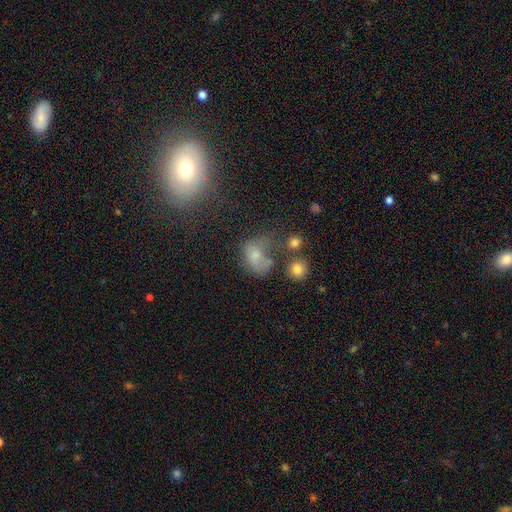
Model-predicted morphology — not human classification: smooth_or_featured: smooth (p=0.65) [alt: featured or disk p=0.19]
how_rounded: in between (p=0.67) [alt: round p=0.32]
merging: major disturbance (p=0.30) [alt: none p=0.26]